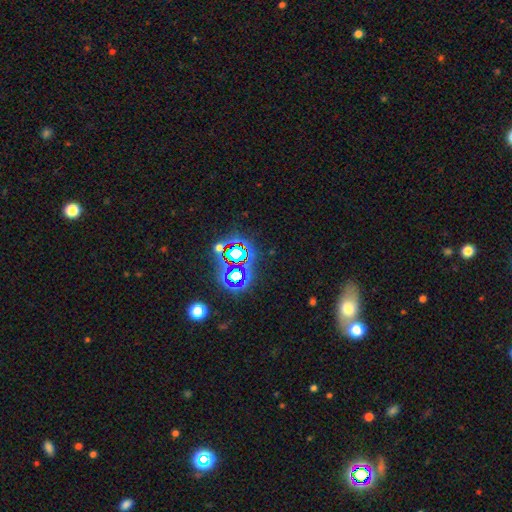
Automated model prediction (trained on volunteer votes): The model was most divided on "smooth or featured": star or artifact: 63%, smooth: 23%, featured or disk: 14%.